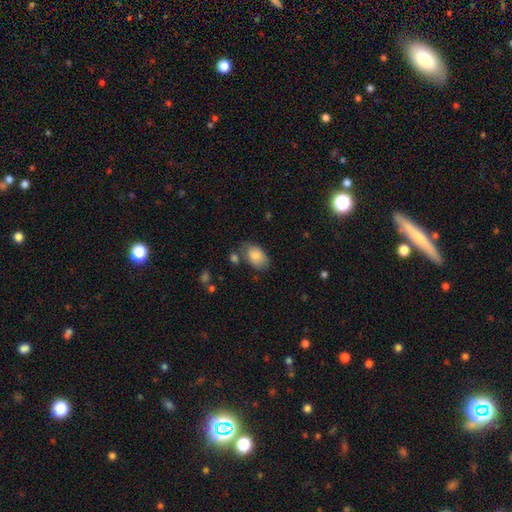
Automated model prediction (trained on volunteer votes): The model was most divided on "merging": none: 65%, minor disturbance: 21%, merger: 8%, major disturbance: 6%. More confident: how rounded — in between (89%); smooth or featured — smooth (84%).